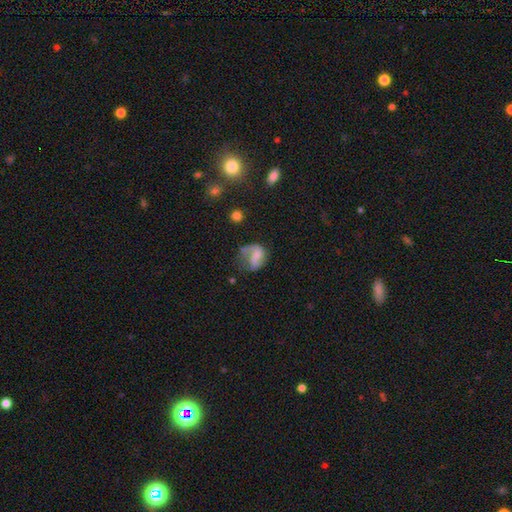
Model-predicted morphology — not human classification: Smooth or featured?
  - featured or disk: 50% *
  - smooth: 40%
  - star or artifact: 10%
Edge-on disk?
  - no: 97% *
  - yes: 3%
Merging?
  - major disturbance: 35% *
  - none: 34%
  - minor disturbance: 26%
  - merger: 5%